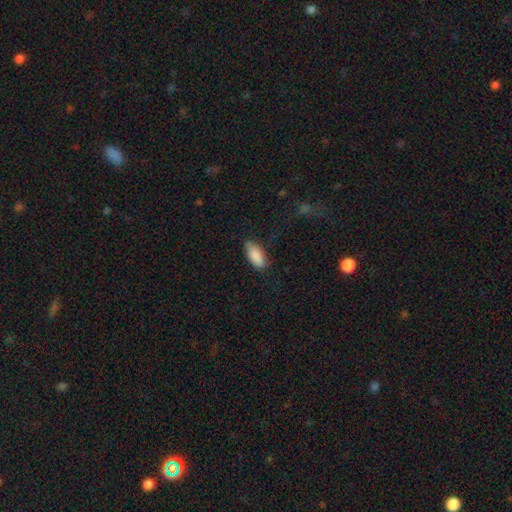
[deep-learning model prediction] This is clearly a smooth galaxy (88%). How rounded: clearly in between (86%). Merging: likely none (76%).